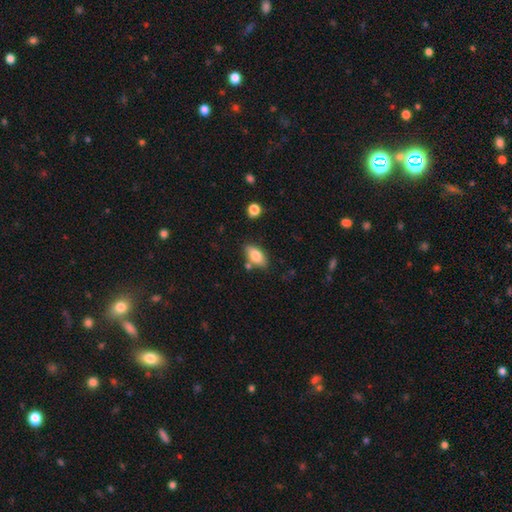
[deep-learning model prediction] smooth_or_featured: smooth (p=0.80) [alt: featured or disk p=0.13]
how_rounded: in between (p=0.89) [alt: cigar-shaped p=0.07]
merging: none (p=0.74) [alt: minor disturbance p=0.14]